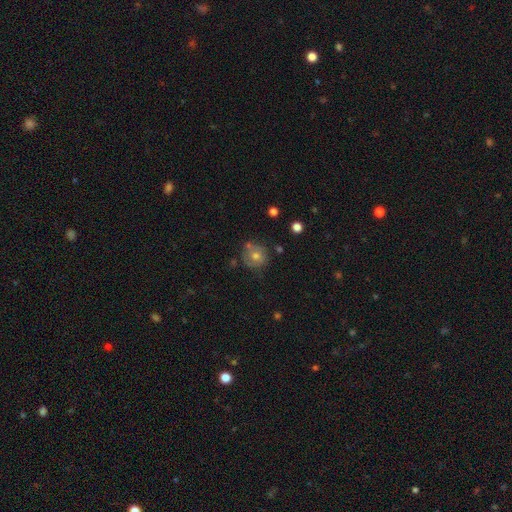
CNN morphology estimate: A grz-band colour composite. It shows a smooth galaxy with no disk features (51%) that is round (87%). Merging: none (72%).